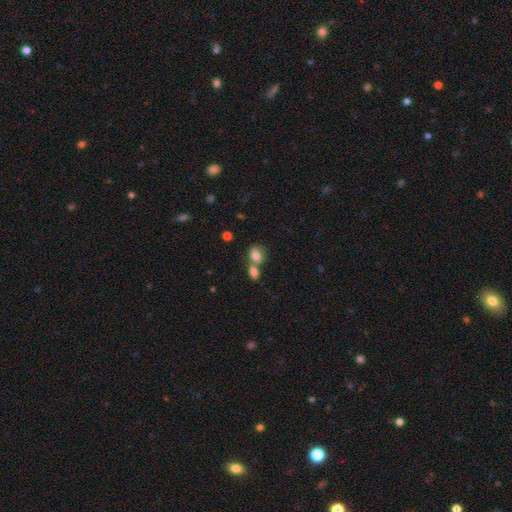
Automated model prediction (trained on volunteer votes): A smooth galaxy with no disk features (79%) that is in between round and cigar-shaped (67%). Merging: merger (51%).